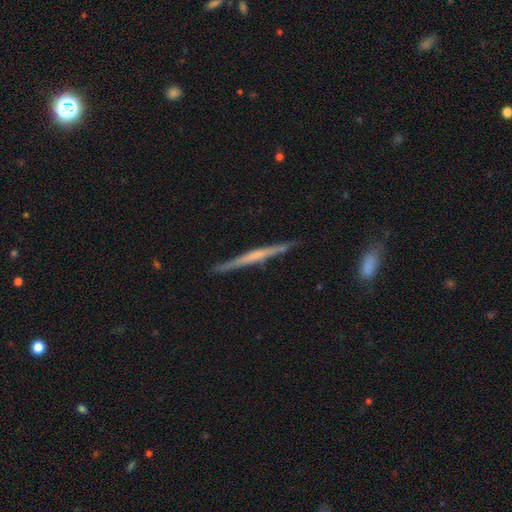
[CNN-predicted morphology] featured or disk 64%, smooth 31%, star or artifact 6%. Down the decision tree: edge-on disk — yes (98%); edge-on bulge — none (60%); merging — none (90%).